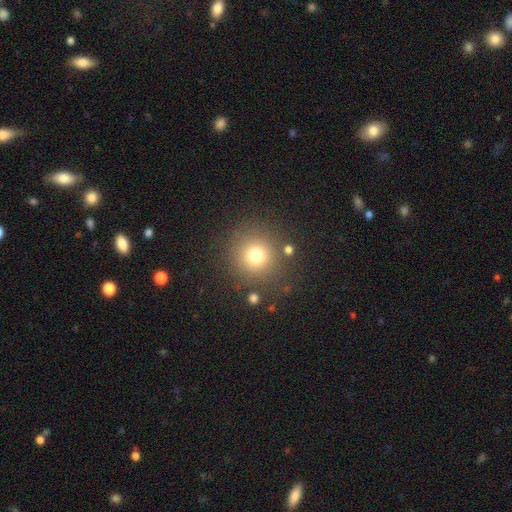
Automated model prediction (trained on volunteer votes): This is likely a smooth galaxy (74%). How rounded: clearly round (94%). Merging: clearly none (84%).